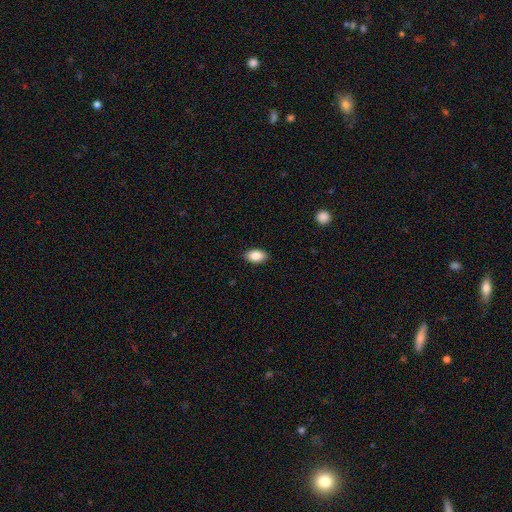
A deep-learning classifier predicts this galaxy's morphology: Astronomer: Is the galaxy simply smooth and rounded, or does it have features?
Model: smooth — 87%.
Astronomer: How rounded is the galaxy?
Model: in between — 93%.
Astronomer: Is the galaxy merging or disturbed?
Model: none — 89%.